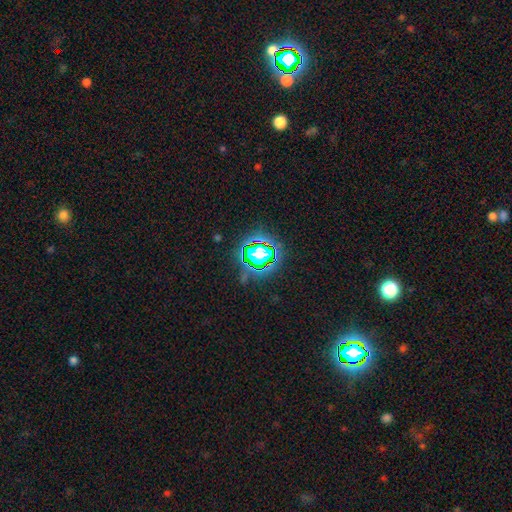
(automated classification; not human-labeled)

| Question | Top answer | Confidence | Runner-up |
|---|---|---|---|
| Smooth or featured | star or artifact | 77% | smooth (15%) |